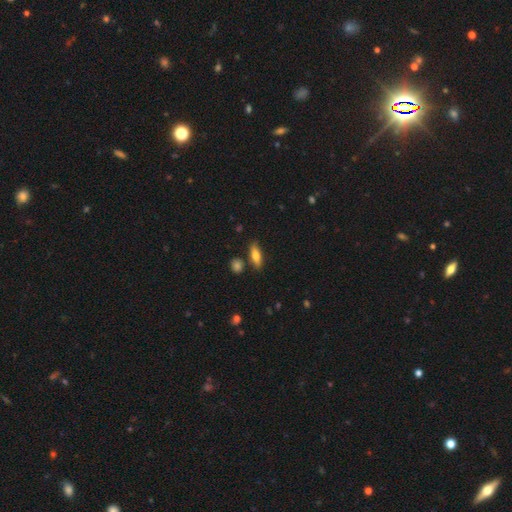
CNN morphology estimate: This appears to be a smooth galaxy with no disk features (72%) that is in between round and cigar-shaped (59%). Merging: none (81%).